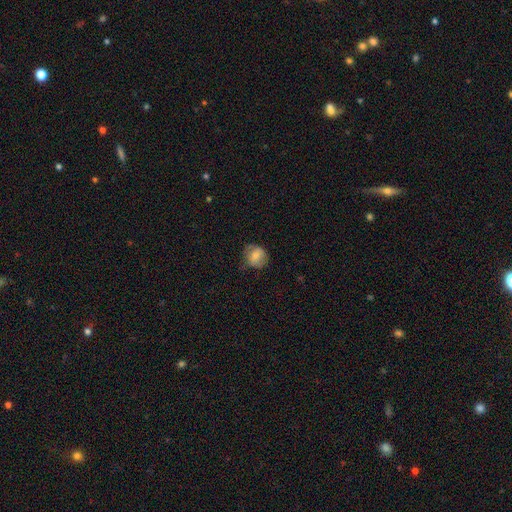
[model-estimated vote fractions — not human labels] A smooth galaxy with no disk features (71%) that is round (74%). Merging: none (65%).